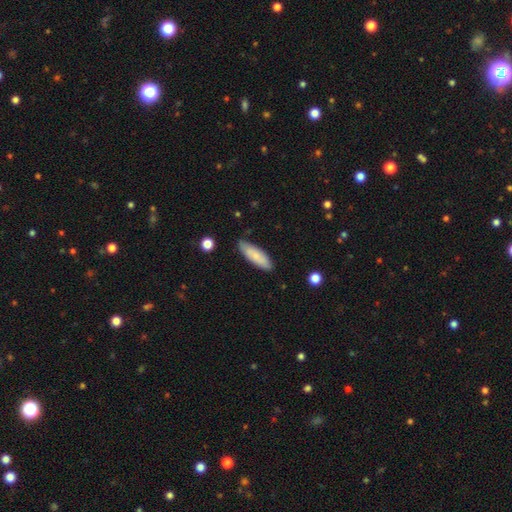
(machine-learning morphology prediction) This is likely a smooth galaxy (78%). How rounded: possibly in between (50%). Merging: clearly none (83%).